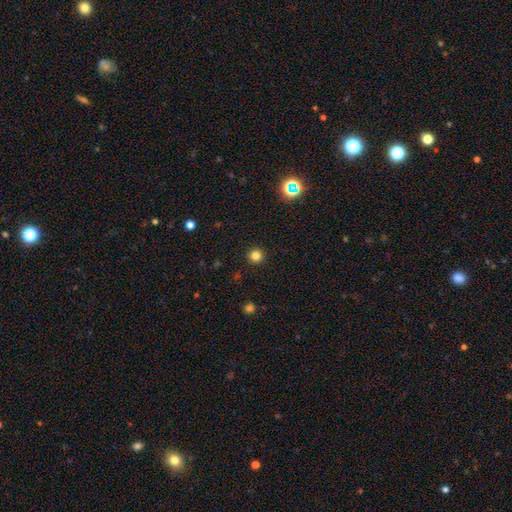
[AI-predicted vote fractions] Smooth or featured?
  - smooth: 81% *
  - star or artifact: 14%
  - featured or disk: 5%
How rounded?
  - round: 95% *
  - in between: 4%
  - cigar-shaped: 1%
Merging?
  - none: 92% *
  - minor disturbance: 5%
  - major disturbance: 2%
  - merger: 1%